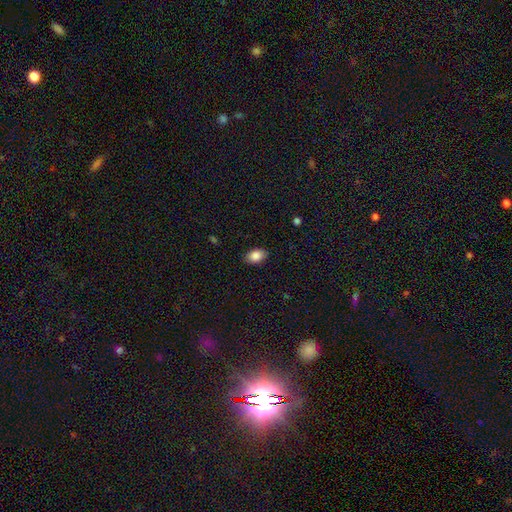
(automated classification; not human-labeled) smooth_or_featured: smooth (p=0.87) [alt: star or artifact p=0.08]
how_rounded: in between (p=0.86) [alt: round p=0.13]
merging: none (p=0.87) [alt: minor disturbance p=0.10]